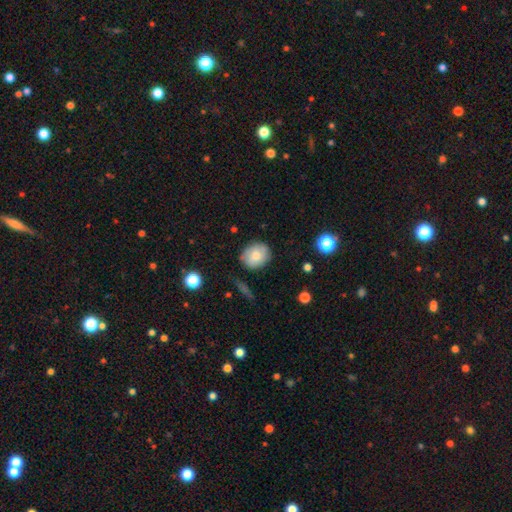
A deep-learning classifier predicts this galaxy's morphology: Smooth or featured?
  - smooth: 76% *
  - featured or disk: 16%
  - star or artifact: 8%
How rounded?
  - round: 68% *
  - in between: 31%
  - cigar-shaped: 1%
Merging?
  - none: 81% *
  - minor disturbance: 14%
  - major disturbance: 3%
  - merger: 2%